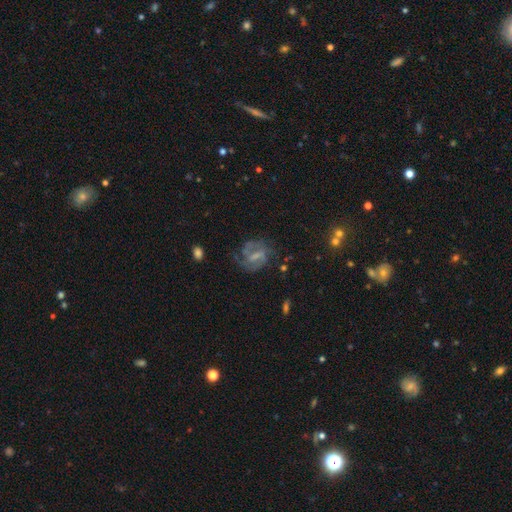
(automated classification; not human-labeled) Morphology: type=featured or disk (76%); edge-on=no (97%); bar=weak (52%); spiral arms=yes (89%); winding=medium (48%); arm count=2 (51%); bulge=small (43%); merging=none (60%).